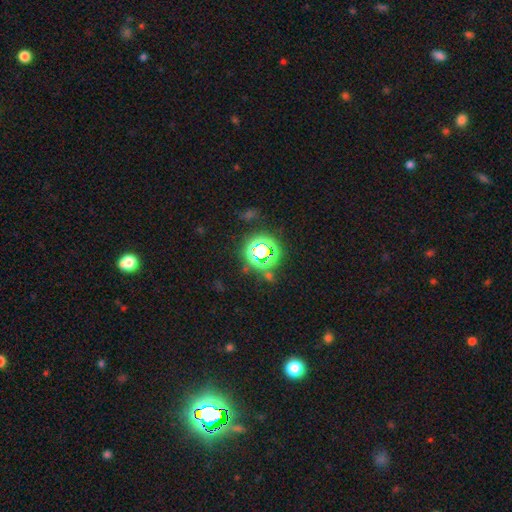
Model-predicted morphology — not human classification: smooth_or_featured: star or artifact (p=0.72) [alt: smooth p=0.19]